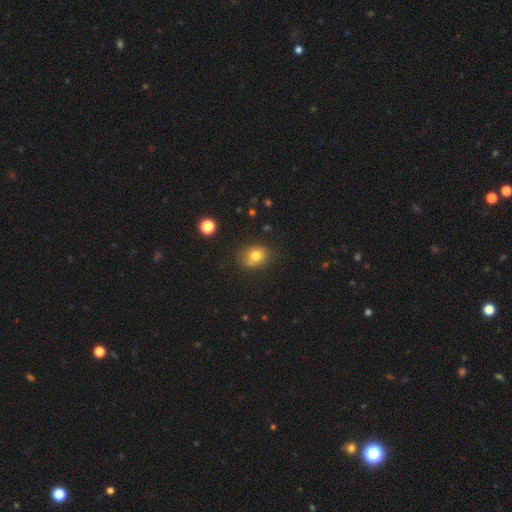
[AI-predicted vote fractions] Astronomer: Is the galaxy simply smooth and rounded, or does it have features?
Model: smooth — 78%.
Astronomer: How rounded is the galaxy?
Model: round — 53% (runner-up: in between, 46%).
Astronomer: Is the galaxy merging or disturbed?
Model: none — 69%.